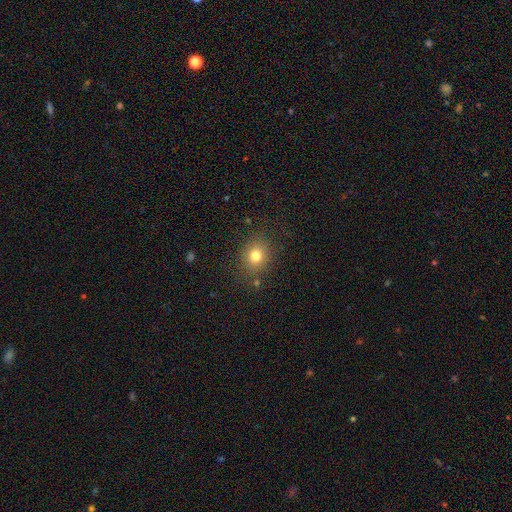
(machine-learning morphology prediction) type=smooth (78%); roundness=round (68%); merging=none (83%).